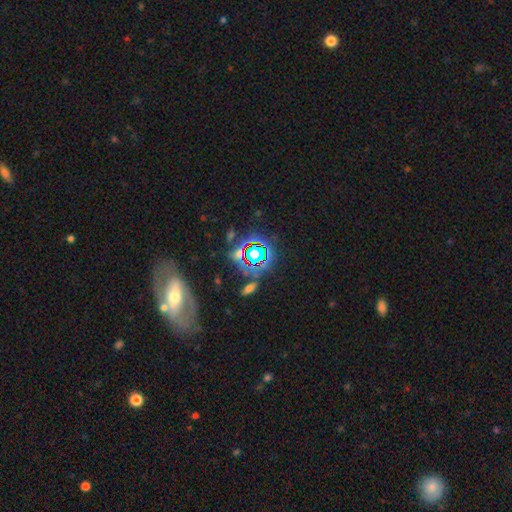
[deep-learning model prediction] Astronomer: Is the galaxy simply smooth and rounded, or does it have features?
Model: star or artifact — 69%.